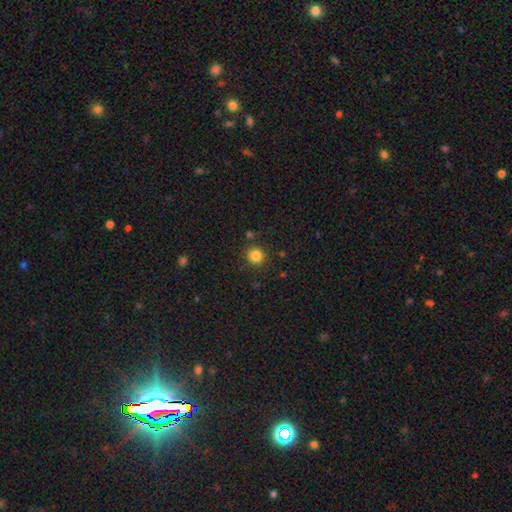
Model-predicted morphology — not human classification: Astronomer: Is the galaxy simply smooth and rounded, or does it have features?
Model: smooth — 84%.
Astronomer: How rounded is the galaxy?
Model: round — 92%.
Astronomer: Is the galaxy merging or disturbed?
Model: none — 87%.